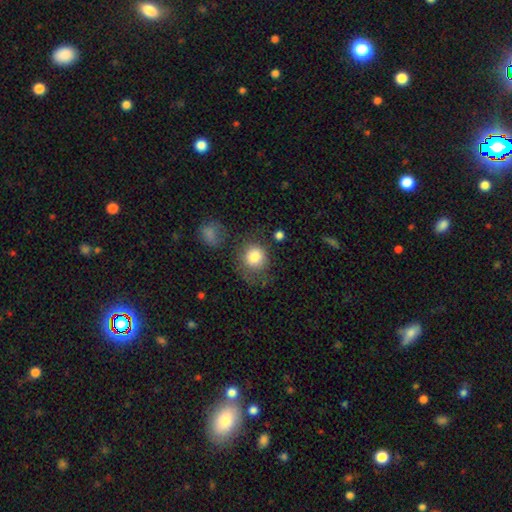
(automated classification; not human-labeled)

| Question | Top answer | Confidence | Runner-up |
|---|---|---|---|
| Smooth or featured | smooth | 83% | star or artifact (9%) |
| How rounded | round | 81% | in between (18%) |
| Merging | none | 64% | minor disturbance (20%) |